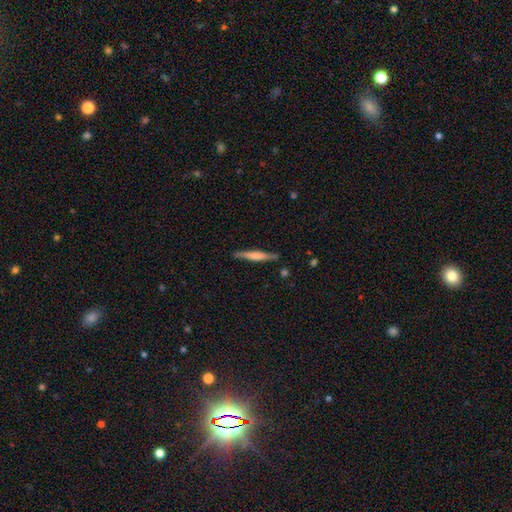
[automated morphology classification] Overall: smooth (48%; featured or disk 46%). Merging: none (86%).